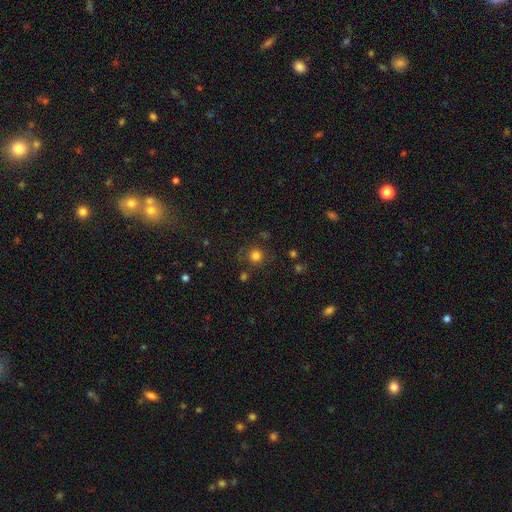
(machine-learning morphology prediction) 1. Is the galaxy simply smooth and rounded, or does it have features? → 75% smooth, 16% star or artifact, 9% featured or disk.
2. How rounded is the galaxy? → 92% round, 7% in between, 1% cigar-shaped.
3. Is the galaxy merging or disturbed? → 78% none, 12% minor disturbance, 6% major disturbance, 4% merger.